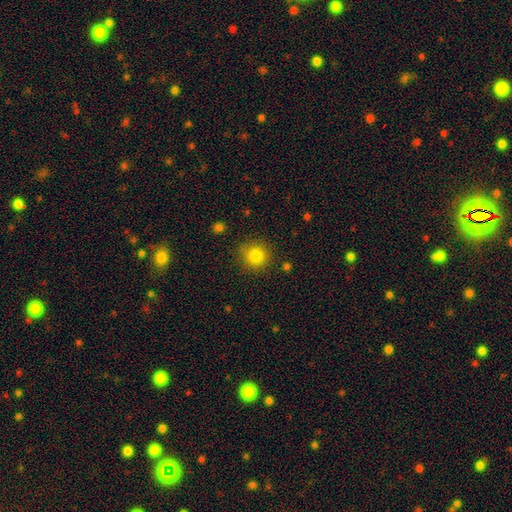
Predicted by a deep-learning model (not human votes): A smooth galaxy with no disk features (83%) that is round (92%). Merging: none (86%).